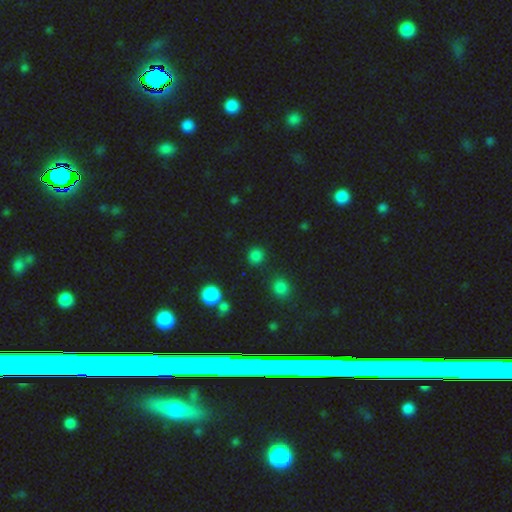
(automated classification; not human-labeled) Morphology: type=smooth (80%); roundness=round (89%); merging=none (85%).